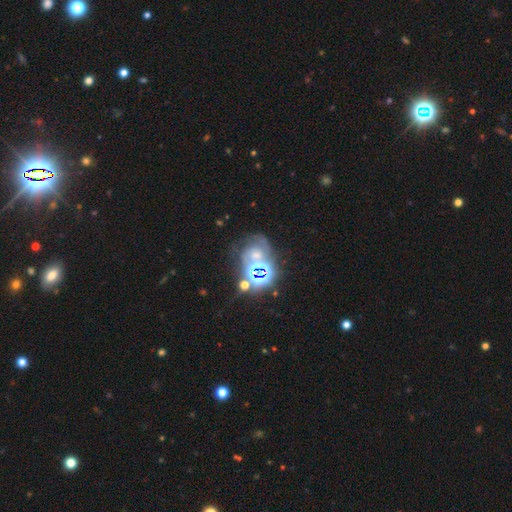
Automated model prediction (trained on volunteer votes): This appears to be a star or artifact, not a galaxy (48%).